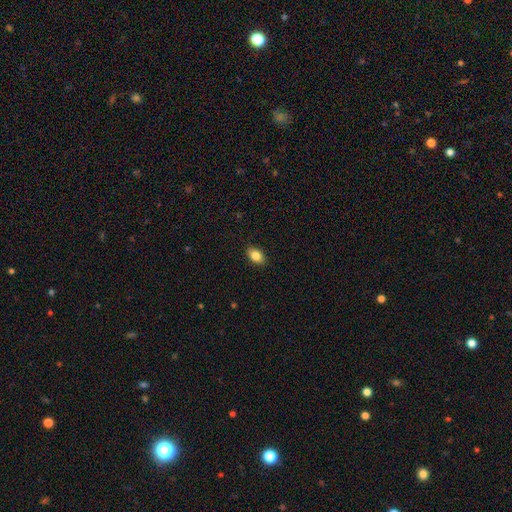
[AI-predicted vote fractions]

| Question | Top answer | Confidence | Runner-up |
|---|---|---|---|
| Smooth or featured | smooth | 85% | star or artifact (8%) |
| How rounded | in between | 86% | round (12%) |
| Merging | none | 89% | minor disturbance (8%) |